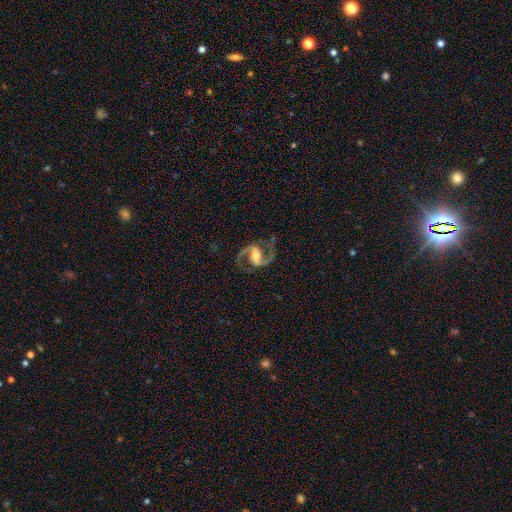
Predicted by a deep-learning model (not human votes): smooth_or_featured: featured or disk (p=0.93) [alt: star or artifact p=0.04]
disk_edge_on: no (p=0.98) [alt: yes p=0.02]
bar: weak (p=0.44) [alt: strong p=0.35]
has_spiral_arms: yes (p=0.98) [alt: no p=0.02]
spiral_winding: medium (p=0.64) [alt: loose p=0.27]
spiral_arm_count: 2 (p=0.95) [alt: can't tell p=0.01]
bulge_size: moderate (p=0.56) [alt: small p=0.24]
merging: none (p=0.80) [alt: minor disturbance p=0.12]